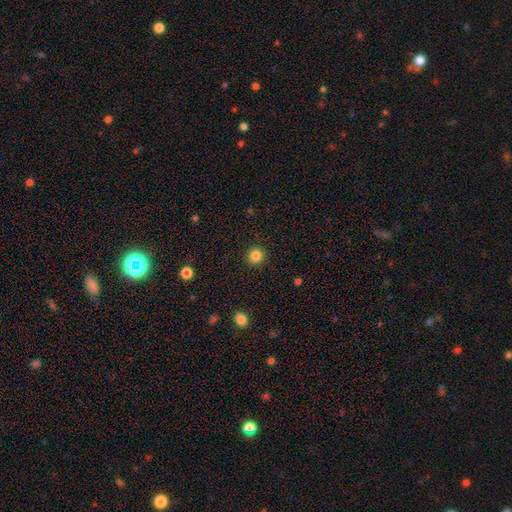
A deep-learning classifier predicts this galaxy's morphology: A smooth galaxy with no disk features (84%) that is round (94%). Merging: none (93%).